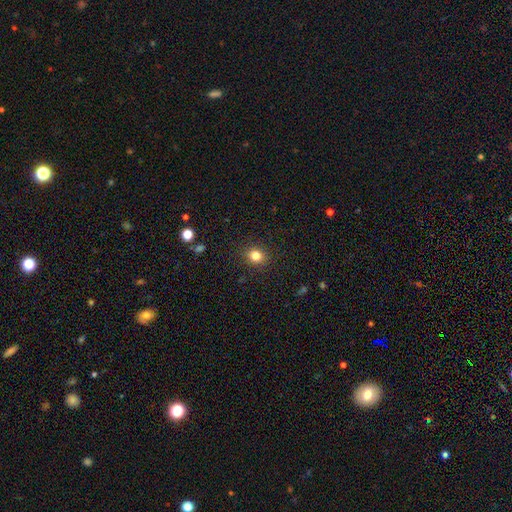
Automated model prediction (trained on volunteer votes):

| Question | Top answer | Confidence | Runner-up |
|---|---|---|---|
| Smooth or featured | smooth | 81% | star or artifact (13%) |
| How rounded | round | 72% | in between (27%) |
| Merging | none | 89% | minor disturbance (7%) |